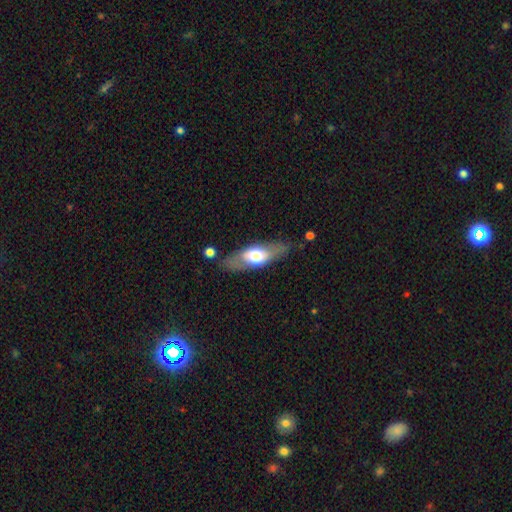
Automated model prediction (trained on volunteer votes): Overall: smooth (49%; featured or disk 45%). Merging: none (76%).